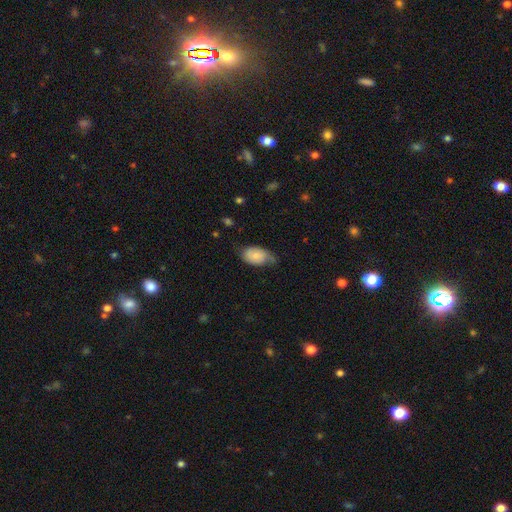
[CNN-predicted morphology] smooth 71%, featured or disk 22%, star or artifact 7%. Down the decision tree: how rounded — in between (91%); merging — none (46%).